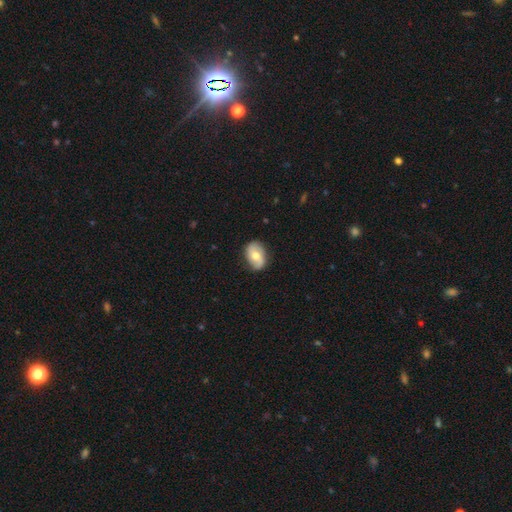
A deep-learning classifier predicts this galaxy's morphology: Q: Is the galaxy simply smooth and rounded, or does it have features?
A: smooth — 48%.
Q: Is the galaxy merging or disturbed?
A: none — 81%.